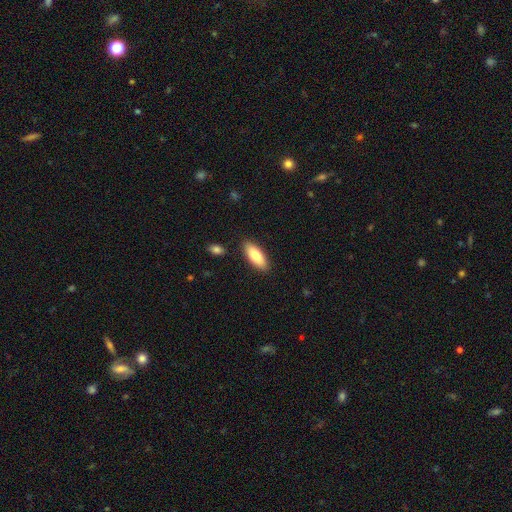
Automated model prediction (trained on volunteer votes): smooth-or-featured: smooth: 83% | featured or disk: 12% | star or artifact: 6%
  how-rounded: in between: 74% | cigar-shaped: 24% | round: 2%
  merging: none: 87% | minor disturbance: 9% | merger: 2% | major disturbance: 2%